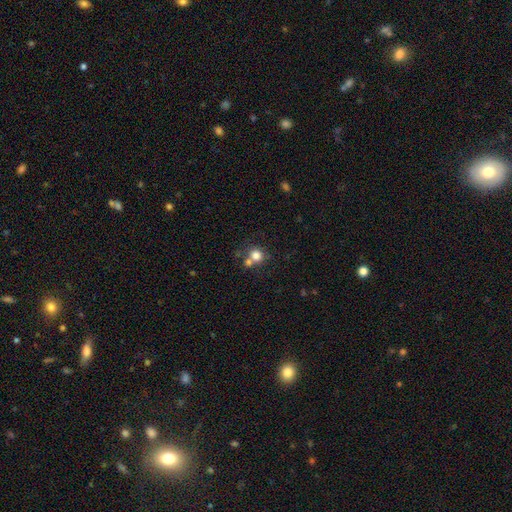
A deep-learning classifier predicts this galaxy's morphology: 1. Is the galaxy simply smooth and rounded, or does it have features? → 78% smooth, 12% star or artifact, 10% featured or disk.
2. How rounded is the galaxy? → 86% round, 13% in between, 1% cigar-shaped.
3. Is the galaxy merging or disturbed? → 50% none, 36% merger, 9% minor disturbance, 5% major disturbance.